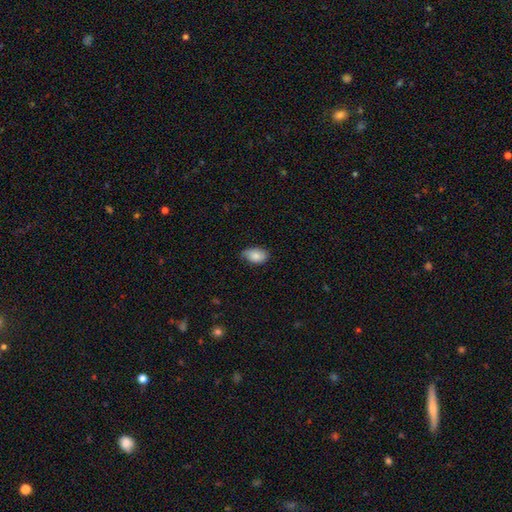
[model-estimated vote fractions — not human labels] A smooth galaxy with no disk features (85%) that is in between round and cigar-shaped (90%). Merging: none (67%).